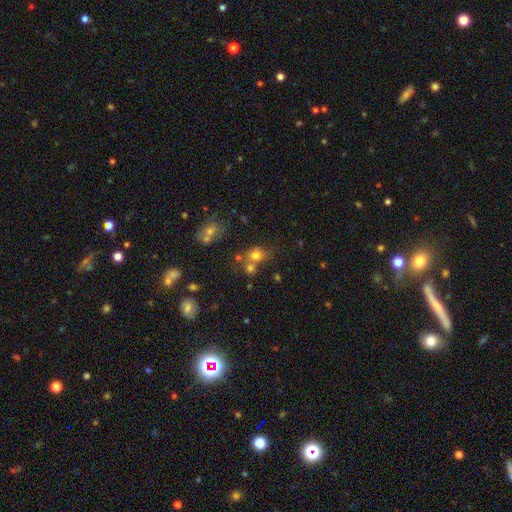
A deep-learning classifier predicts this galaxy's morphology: Overall: smooth (70%). How rounded: round (67%; in between 32%). Merging: none (44%; merger 38%).